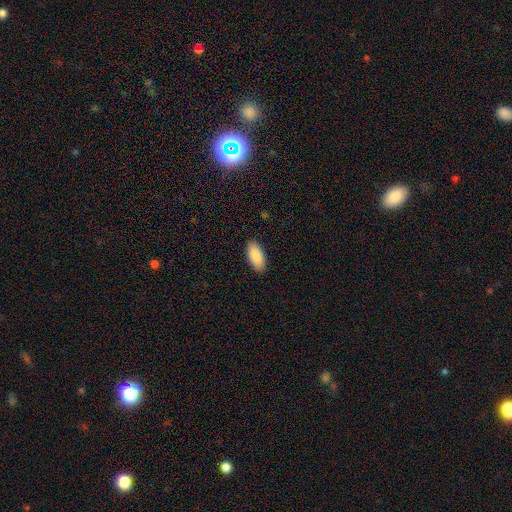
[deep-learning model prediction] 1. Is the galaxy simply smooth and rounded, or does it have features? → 89% smooth, 6% star or artifact, 5% featured or disk.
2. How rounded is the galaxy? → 91% in between, 7% cigar-shaped, 2% round.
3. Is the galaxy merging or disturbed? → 89% none, 8% minor disturbance, 2% major disturbance, 1% merger.